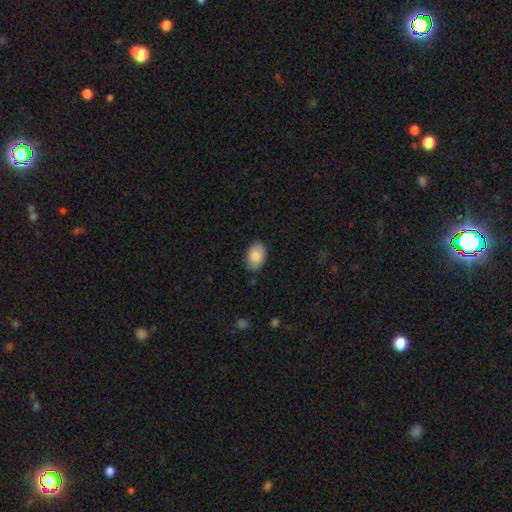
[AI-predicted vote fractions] This appears to be a smooth galaxy with no disk features (87%) that is in between round and cigar-shaped (88%). Merging: none (85%).